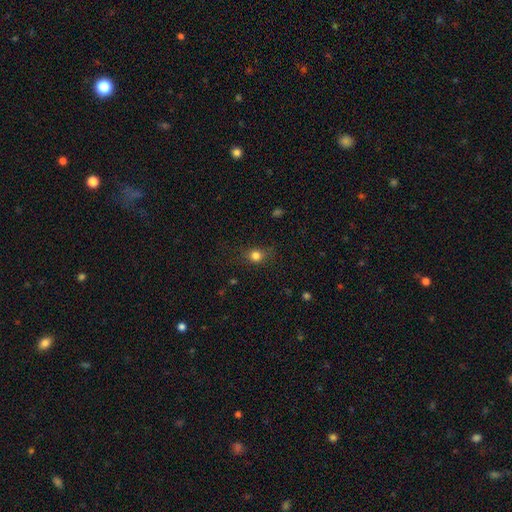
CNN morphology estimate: A smooth galaxy with no disk features (80%) that is round (71%). Merging: none (78%).